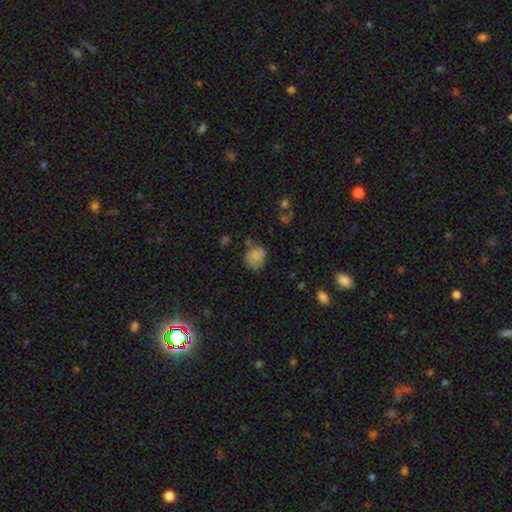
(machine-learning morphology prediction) Smooth or featured: smooth — 77% (featured or disk — 13%)
How rounded: round — 77% (in between — 22%)
Merging: none — 62% (minor disturbance — 25%)